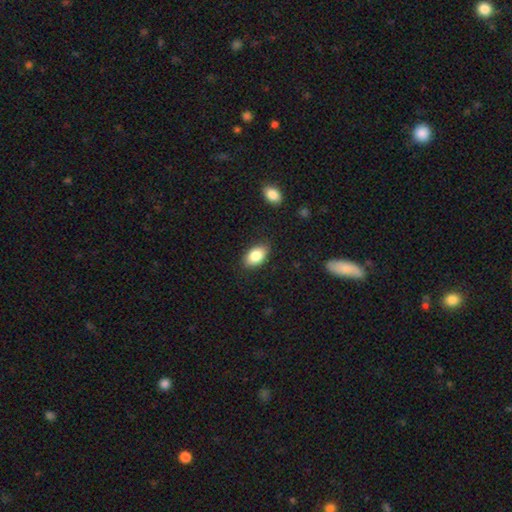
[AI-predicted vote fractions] The model was most divided on "merging": none: 85%, minor disturbance: 11%, major disturbance: 2%, merger: 1%. More confident: how rounded — in between (91%); smooth or featured — smooth (84%).